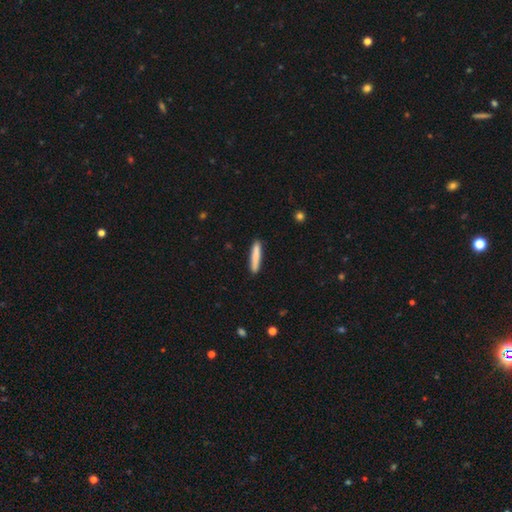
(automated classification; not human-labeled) This is clearly a smooth galaxy (84%). How rounded: clearly cigar-shaped (92%). Merging: clearly none (89%).